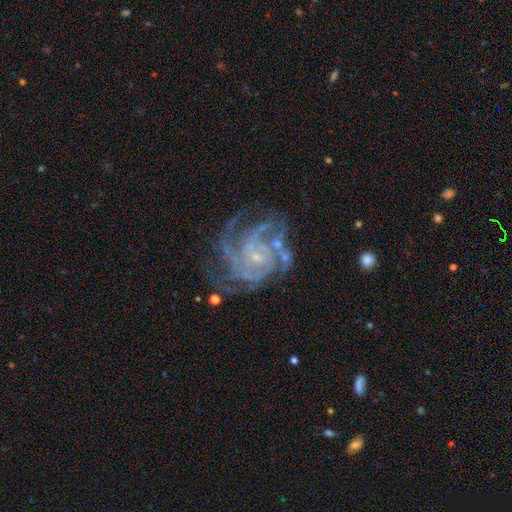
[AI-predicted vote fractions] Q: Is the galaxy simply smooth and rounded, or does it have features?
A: featured or disk — 87%.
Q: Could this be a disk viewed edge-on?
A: no — 98%.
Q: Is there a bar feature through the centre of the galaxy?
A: no — 65%.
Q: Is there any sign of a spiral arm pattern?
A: yes — 96%.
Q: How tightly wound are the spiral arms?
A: tight — 60%.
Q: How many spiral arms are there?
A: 4 — 30%.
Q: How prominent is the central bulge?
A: small — 79%.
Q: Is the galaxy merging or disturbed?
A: none — 57%.